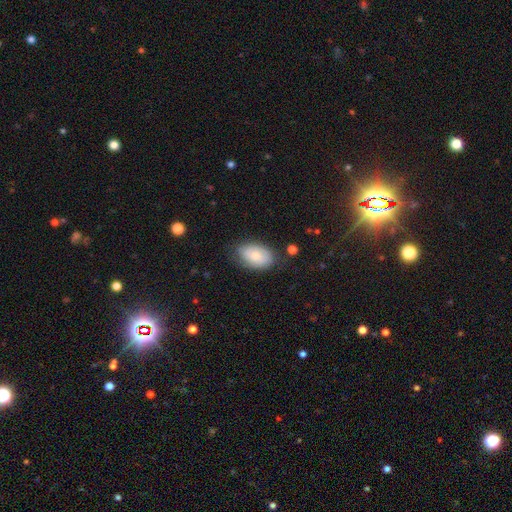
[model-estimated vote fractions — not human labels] Q: Smooth or featured?
A: smooth (77%); runner-up: featured or disk (17%)
Q: How rounded?
A: in between (92%); runner-up: round (7%)
Q: Merging?
A: none (74%); runner-up: minor disturbance (20%)